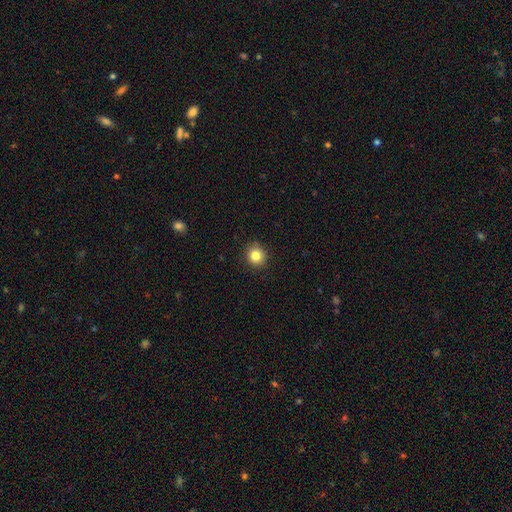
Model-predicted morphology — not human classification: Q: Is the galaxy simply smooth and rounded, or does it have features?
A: smooth — 83%.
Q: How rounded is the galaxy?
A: round — 89%.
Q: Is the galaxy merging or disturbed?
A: none — 91%.